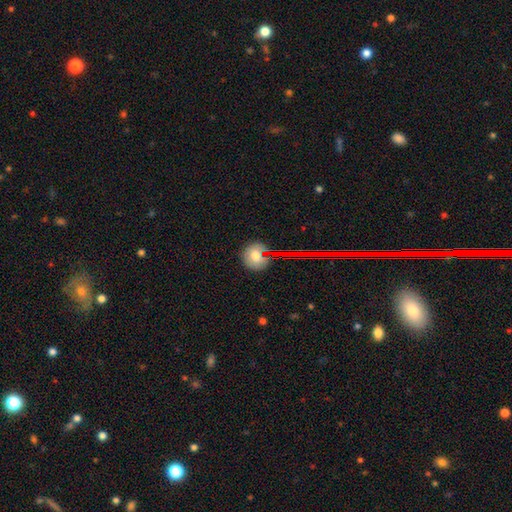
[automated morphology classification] Overall: smooth (74%). How rounded: round (78%). Merging: none (80%).